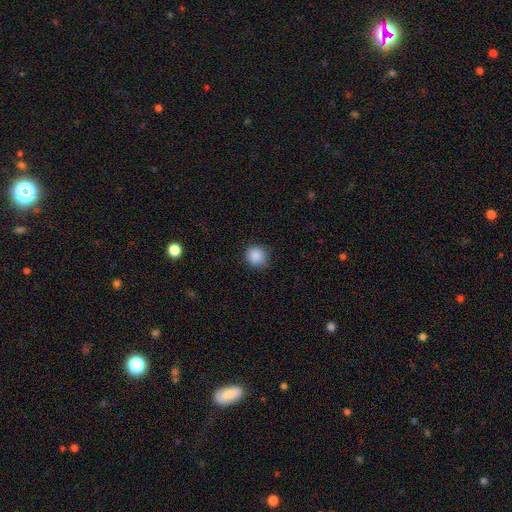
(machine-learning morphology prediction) smooth_or_featured: smooth (p=0.88) [alt: star or artifact p=0.09]
how_rounded: round (p=0.91) [alt: in between p=0.08]
merging: none (p=0.84) [alt: minor disturbance p=0.12]